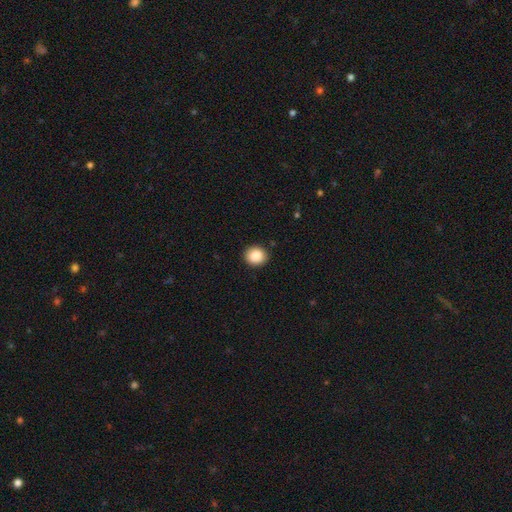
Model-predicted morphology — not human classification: type=smooth (88%); roundness=round (79%); merging=none (90%).